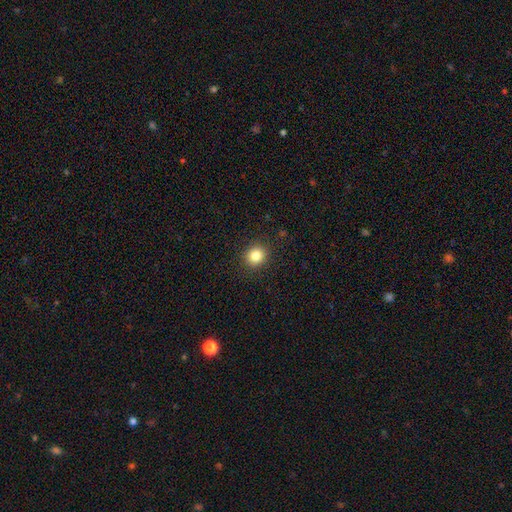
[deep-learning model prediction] Smooth or featured?
  - smooth: 83% *
  - star or artifact: 11%
  - featured or disk: 6%
How rounded?
  - round: 86% *
  - in between: 13%
  - cigar-shaped: 1%
Merging?
  - none: 91% *
  - minor disturbance: 6%
  - major disturbance: 2%
  - merger: 1%